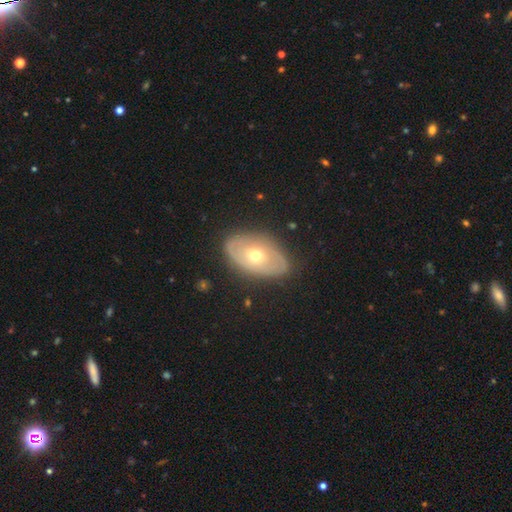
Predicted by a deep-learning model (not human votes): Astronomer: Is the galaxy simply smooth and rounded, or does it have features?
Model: featured or disk — 58% (runner-up: smooth, 36%).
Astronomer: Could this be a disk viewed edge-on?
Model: no — 90%.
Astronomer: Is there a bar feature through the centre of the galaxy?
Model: no — 86%.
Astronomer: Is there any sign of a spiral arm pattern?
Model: no — 62% (runner-up: yes, 38%).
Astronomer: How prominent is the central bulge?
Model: moderate — 70%.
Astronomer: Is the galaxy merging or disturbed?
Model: none — 81%.